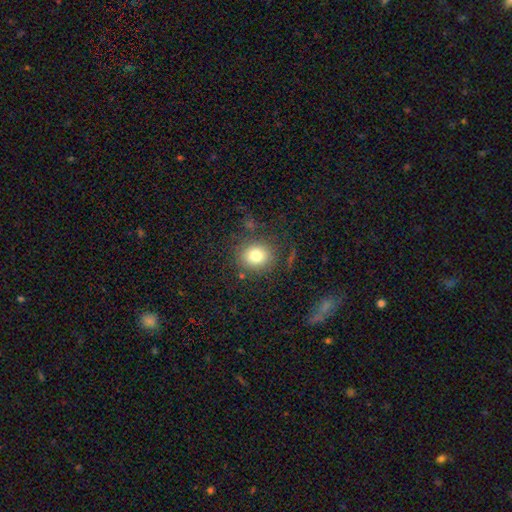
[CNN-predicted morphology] Q: Smooth or featured?
A: smooth (79%); runner-up: star or artifact (12%)
Q: How rounded?
A: round (78%); runner-up: in between (21%)
Q: Merging?
A: none (81%); runner-up: minor disturbance (11%)